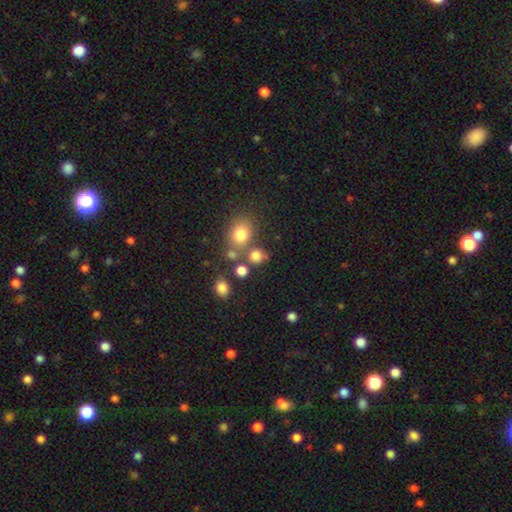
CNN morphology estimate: Overall: smooth (76%). How rounded: round (77%). Merging: none (60%; merger 24%).